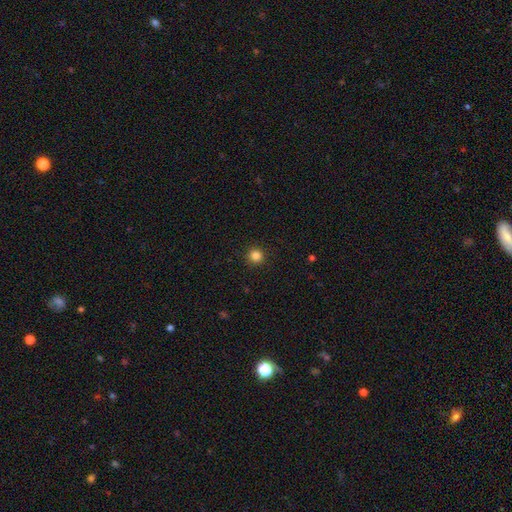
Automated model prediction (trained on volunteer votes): Smooth or featured?
  - smooth: 84% *
  - star or artifact: 12%
  - featured or disk: 4%
How rounded?
  - round: 94% *
  - in between: 5%
  - cigar-shaped: 1%
Merging?
  - none: 92% *
  - minor disturbance: 5%
  - major disturbance: 2%
  - merger: 1%